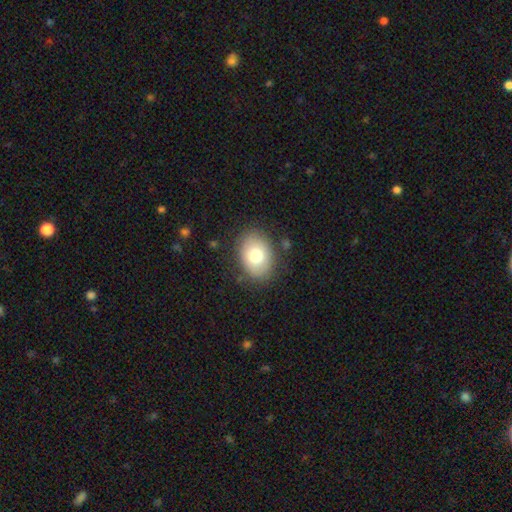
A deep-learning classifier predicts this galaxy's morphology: Q: Smooth or featured?
A: smooth (76%); runner-up: featured or disk (16%)
Q: How rounded?
A: in between (72%); runner-up: round (27%)
Q: Merging?
A: none (83%); runner-up: minor disturbance (12%)